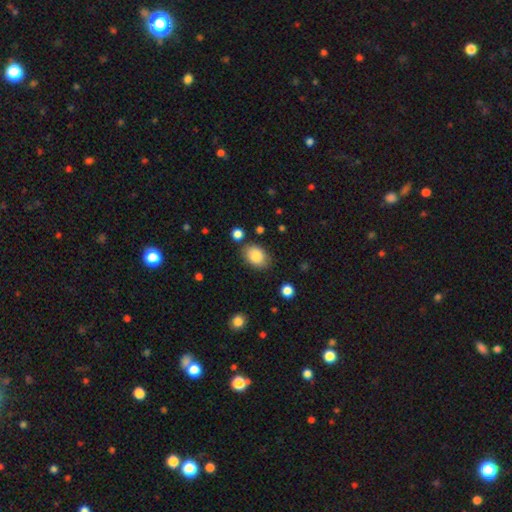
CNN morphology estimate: A smooth galaxy with no disk features (86%) that is in between round and cigar-shaped (77%).

Vote fractions:
- Smooth or featured? smooth: 86% / star or artifact: 8% / featured or disk: 6%
- How rounded? in between: 77% / round: 22% / cigar-shaped: 1%
- Merging? none: 79% / minor disturbance: 13% / major disturbance: 4% / merger: 4%